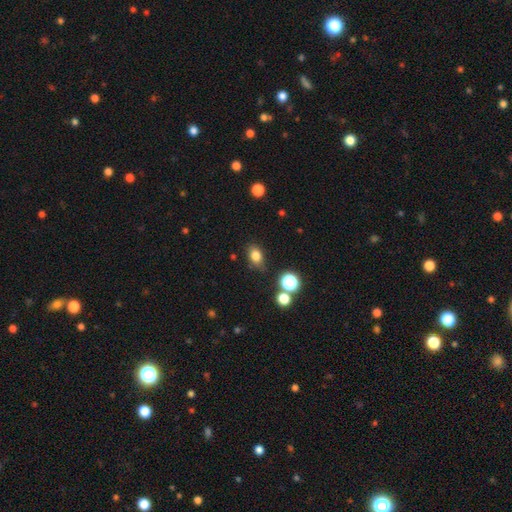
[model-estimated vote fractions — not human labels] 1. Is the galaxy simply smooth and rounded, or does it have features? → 79% smooth, 13% star or artifact, 7% featured or disk.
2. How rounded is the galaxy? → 74% in between, 24% round, 2% cigar-shaped.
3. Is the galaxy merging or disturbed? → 80% none, 13% minor disturbance, 3% merger, 3% major disturbance.